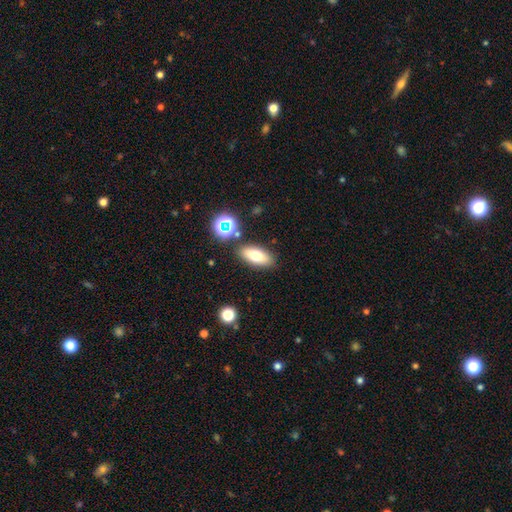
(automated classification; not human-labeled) Q: Smooth or featured?
A: smooth (70%); runner-up: featured or disk (19%)
Q: How rounded?
A: in between (80%); runner-up: cigar-shaped (15%)
Q: Merging?
A: none (84%); runner-up: minor disturbance (9%)